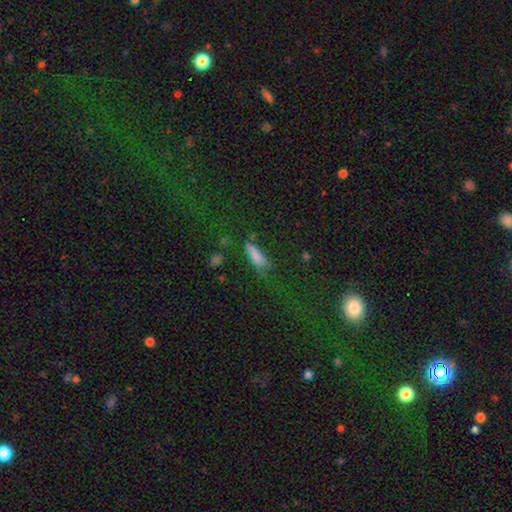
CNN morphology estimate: Smooth or featured? smooth (77%)
How rounded? in between (52%)
Merging? none (50%)